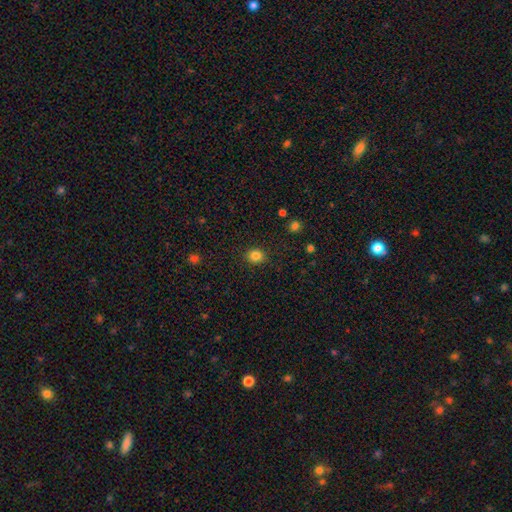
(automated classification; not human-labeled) Morphology: type=smooth (84%); roundness=round (74%); merging=none (88%).